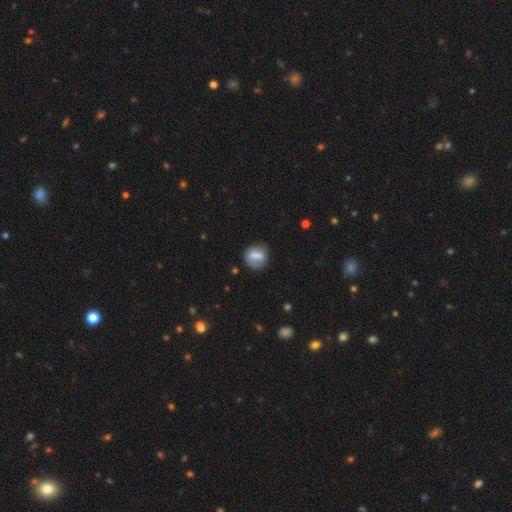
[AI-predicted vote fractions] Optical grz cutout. It shows a smooth galaxy with no disk features (64%) that is round (66%). Merging: none (61%).